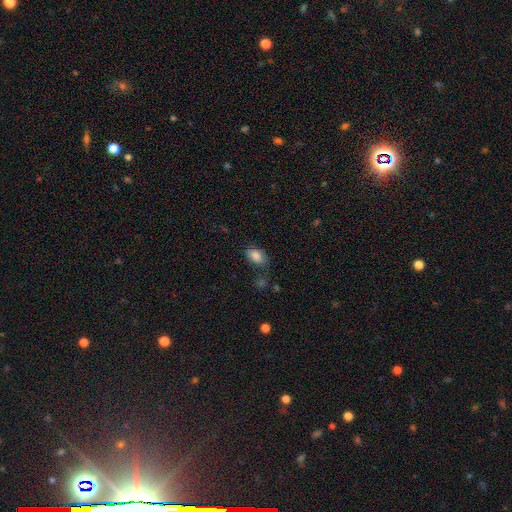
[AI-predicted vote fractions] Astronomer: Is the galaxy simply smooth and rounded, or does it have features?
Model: smooth — 83%.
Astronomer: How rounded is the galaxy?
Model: in between — 89%.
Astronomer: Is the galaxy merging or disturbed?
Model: none — 71%.